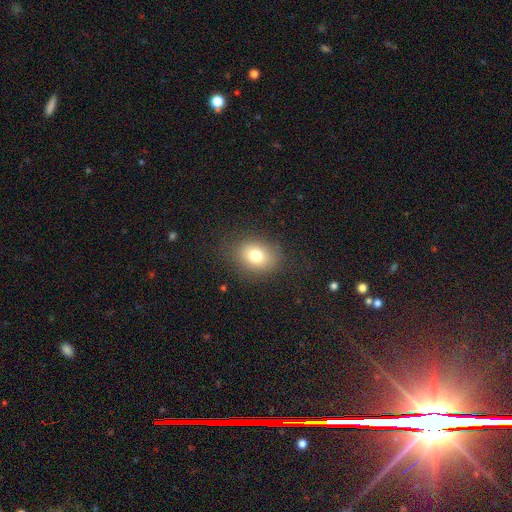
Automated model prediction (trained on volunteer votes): smooth 77%, star or artifact 12%, featured or disk 11%. Down the decision tree: how rounded — in between (57%); merging — none (82%).